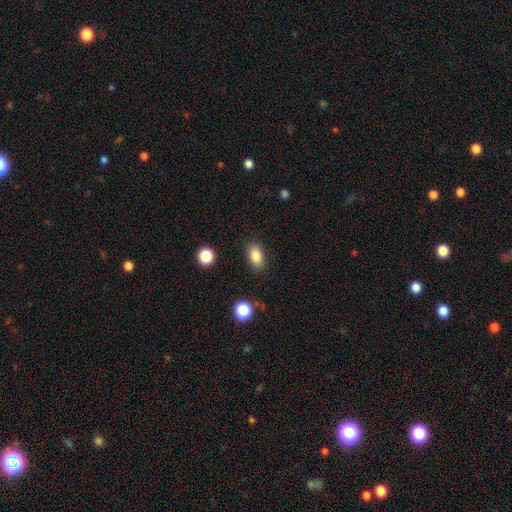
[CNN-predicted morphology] Smooth or featured: smooth — 85% (star or artifact — 9%)
How rounded: in between — 88% (round — 8%)
Merging: none — 86% (minor disturbance — 9%)